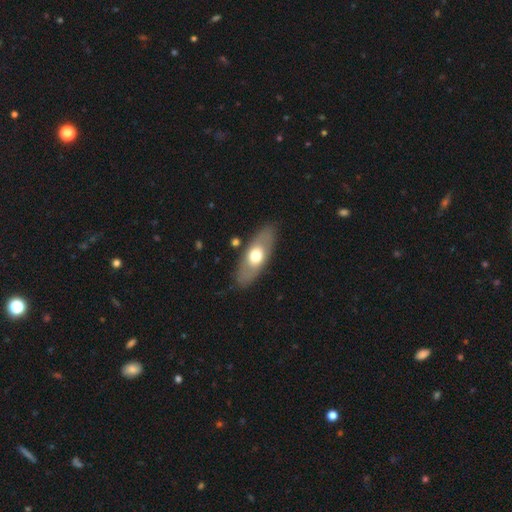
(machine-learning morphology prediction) A smooth galaxy with no disk features (53%) that is in between round and cigar-shaped (77%).

Vote fractions:
- Smooth or featured? smooth: 53% / featured or disk: 41% / star or artifact: 6%
- How rounded? in between: 77% / cigar-shaped: 19% / round: 4%
- Merging? none: 84% / minor disturbance: 11% / major disturbance: 3% / merger: 2%